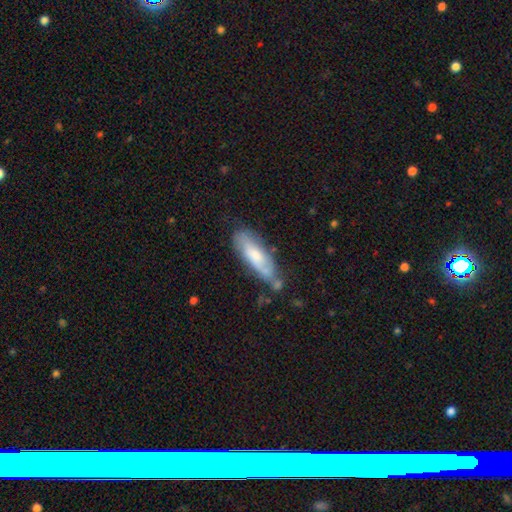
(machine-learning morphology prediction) A smooth galaxy with no disk features (56%) that is in between round and cigar-shaped (52%).

Vote fractions:
- Smooth or featured? smooth: 56% / featured or disk: 38% / star or artifact: 6%
- How rounded? in between: 52% / cigar-shaped: 46% / round: 2%
- Merging? none: 49% / minor disturbance: 30% / merger: 12% / major disturbance: 10%